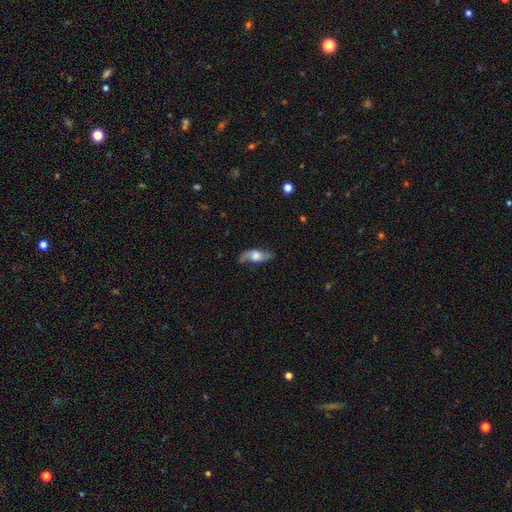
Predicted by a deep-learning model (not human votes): smooth_or_featured: featured or disk (p=0.62) [alt: smooth p=0.31]
disk_edge_on: no (p=0.80) [alt: yes p=0.20]
merging: none (p=0.72) [alt: minor disturbance p=0.20]